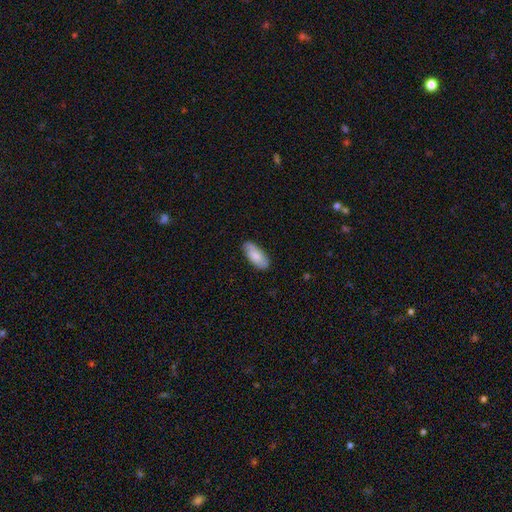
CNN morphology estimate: Smooth or featured: smooth — 78% (featured or disk — 17%)
How rounded: in between — 85% (cigar-shaped — 13%)
Merging: none — 85% (minor disturbance — 12%)